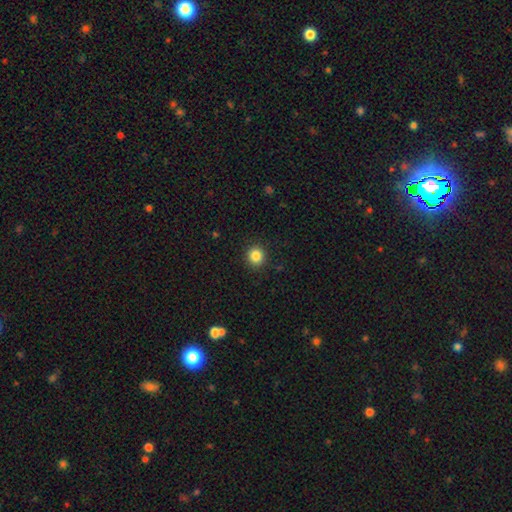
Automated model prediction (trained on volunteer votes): smooth-or-featured: smooth: 85% | star or artifact: 11% | featured or disk: 4%
  how-rounded: round: 90% | in between: 9% | cigar-shaped: 1%
  merging: none: 91% | minor disturbance: 6% | major disturbance: 2% | merger: 1%